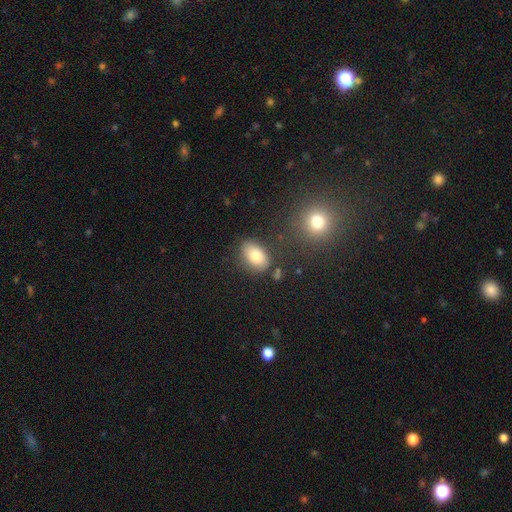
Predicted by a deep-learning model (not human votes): Smooth or featured?
  - smooth: 79% *
  - featured or disk: 12%
  - star or artifact: 9%
How rounded?
  - in between: 83% *
  - round: 16%
  - cigar-shaped: 1%
Merging?
  - none: 80% *
  - minor disturbance: 12%
  - merger: 5%
  - major disturbance: 4%